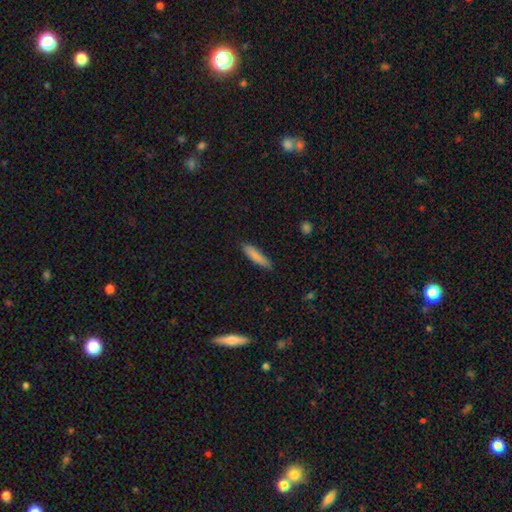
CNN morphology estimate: Smooth or featured? smooth (84%)
How rounded? cigar-shaped (79%)
Merging? none (82%)